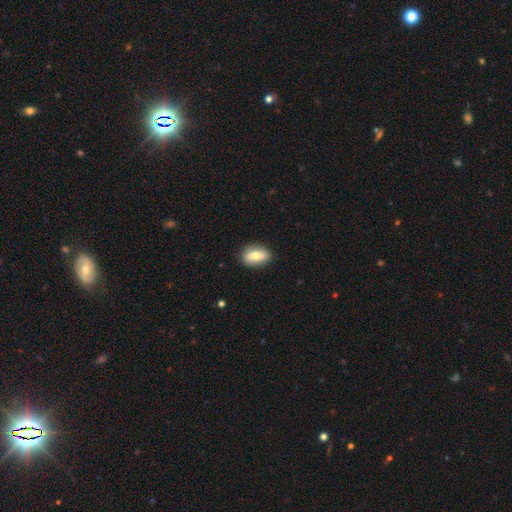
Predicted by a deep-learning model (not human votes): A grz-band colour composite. It shows a smooth galaxy with no disk features (70%) that is in between round and cigar-shaped (85%). Merging: none (85%).